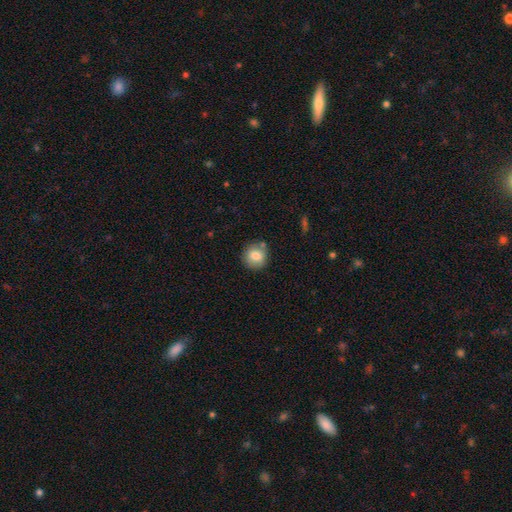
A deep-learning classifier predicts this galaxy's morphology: A smooth galaxy with no disk features (81%) that is round (88%).

Vote fractions:
- Smooth or featured? smooth: 81% / featured or disk: 10% / star or artifact: 8%
- How rounded? round: 88% / in between: 11% / cigar-shaped: 1%
- Merging? none: 78% / minor disturbance: 13% / merger: 6% / major disturbance: 3%